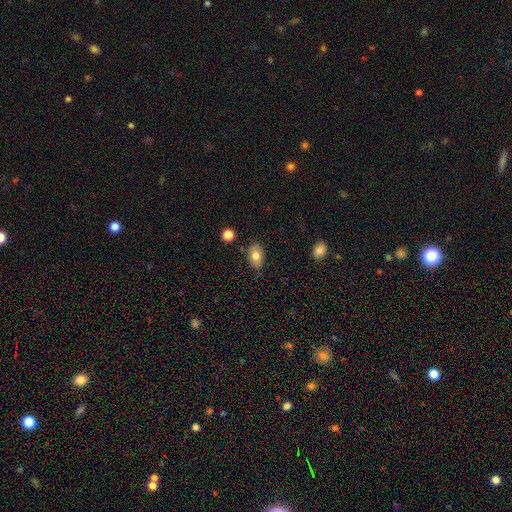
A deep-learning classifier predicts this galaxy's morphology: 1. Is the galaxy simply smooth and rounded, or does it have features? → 78% smooth, 14% featured or disk, 8% star or artifact.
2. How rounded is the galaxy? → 86% in between, 13% round, 2% cigar-shaped.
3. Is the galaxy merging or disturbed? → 80% none, 15% minor disturbance, 3% major disturbance, 3% merger.